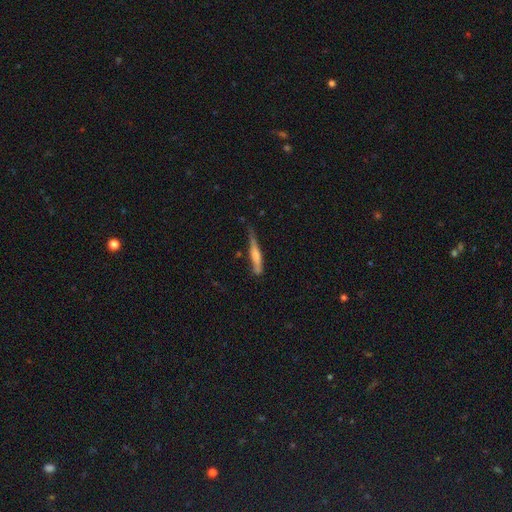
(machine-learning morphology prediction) Smooth or featured? Predicted: smooth (p=0.59). How rounded? Predicted: cigar-shaped (p=0.90). Merging? Predicted: none (p=0.50).